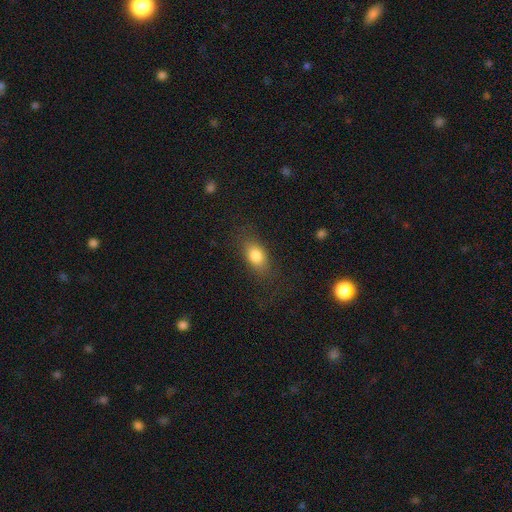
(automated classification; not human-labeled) smooth_or_featured: smooth (p=0.81) [alt: featured or disk p=0.10]
how_rounded: in between (p=0.79) [alt: round p=0.15]
merging: none (p=0.77) [alt: minor disturbance p=0.14]